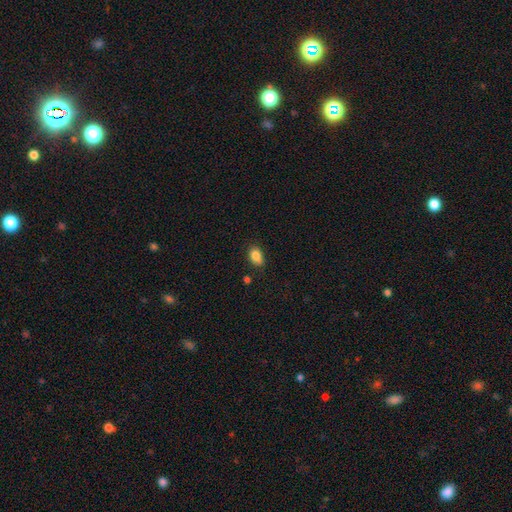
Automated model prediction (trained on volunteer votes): A smooth galaxy with no disk features (84%) that is in between round and cigar-shaped (79%).

Vote fractions:
- Smooth or featured? smooth: 84% / star or artifact: 9% / featured or disk: 7%
- How rounded? in between: 79% / round: 19% / cigar-shaped: 2%
- Merging? none: 68% / minor disturbance: 24% / major disturbance: 4% / merger: 4%